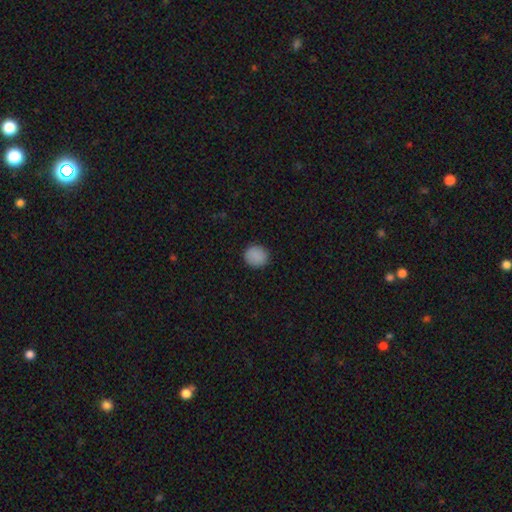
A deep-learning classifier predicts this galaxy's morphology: The model was most divided on "how rounded": round: 85%, in between: 14%, cigar-shaped: 1%. More confident: merging — none (90%); smooth or featured — smooth (88%).